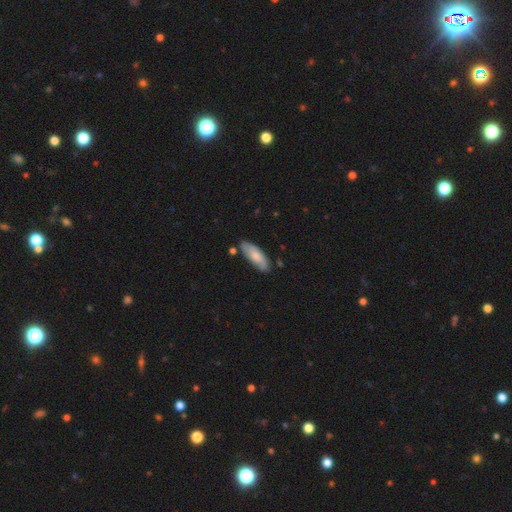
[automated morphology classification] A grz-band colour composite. It shows a smooth galaxy with no disk features (72%) that is in between round and cigar-shaped (69%). Merging: none (77%).